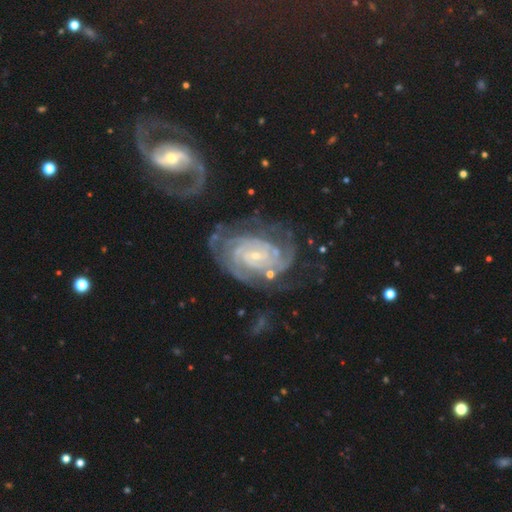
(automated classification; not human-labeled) Morphology: type=featured or disk (90%); edge-on=no (97%); bar=no (56%); spiral arms=yes (98%); winding=tight (74%); arm count=can't tell (25%); bulge=small (83%); merging=none (55%).